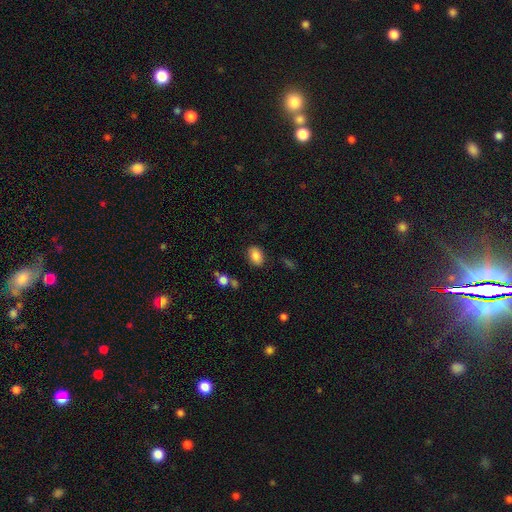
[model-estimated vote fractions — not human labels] smooth 86%, star or artifact 9%, featured or disk 6%. Down the decision tree: how rounded — in between (82%); merging — none (83%).